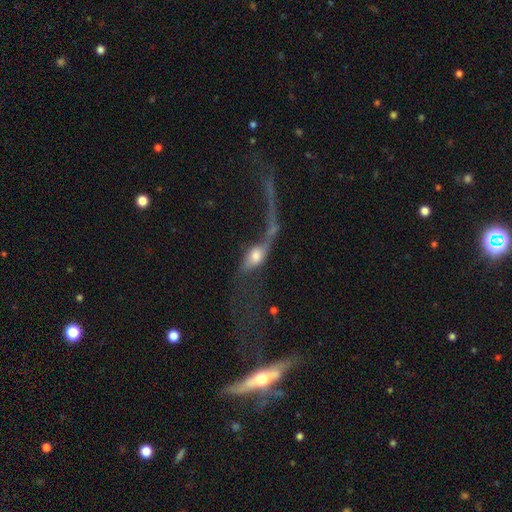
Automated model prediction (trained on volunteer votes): featured or disk 46%, smooth 44%, star or artifact 11%. Down the decision tree: merging — major disturbance (50%).